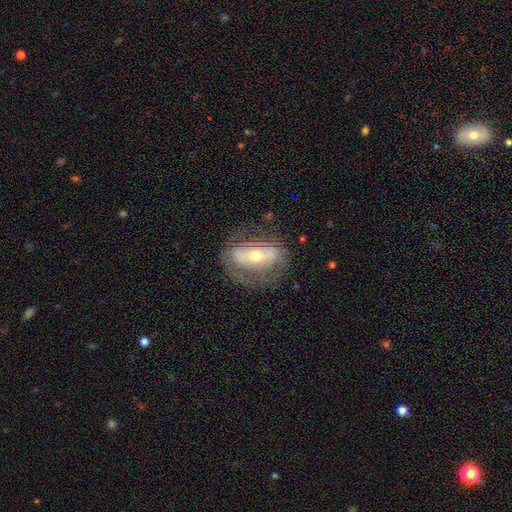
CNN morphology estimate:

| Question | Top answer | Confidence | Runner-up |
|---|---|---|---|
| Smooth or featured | featured or disk | 64% | smooth (28%) |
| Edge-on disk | no | 87% | yes (13%) |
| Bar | no | 40% | strong (37%) |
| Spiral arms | no | 54% | yes (46%) |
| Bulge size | moderate | 55% | small (38%) |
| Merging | none | 63% | minor disturbance (20%) |